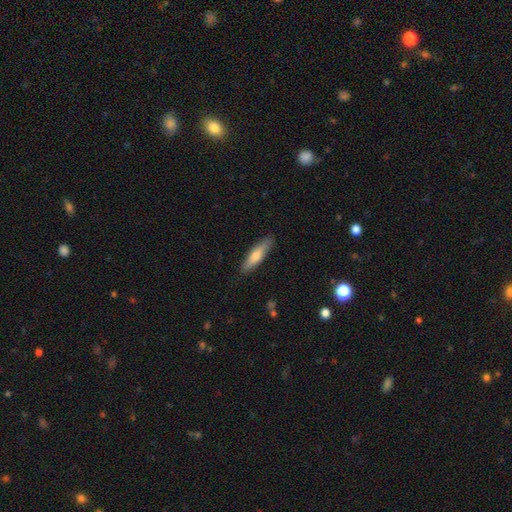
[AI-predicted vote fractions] Smooth or featured? smooth (66%)
How rounded? cigar-shaped (74%)
Merging? none (86%)